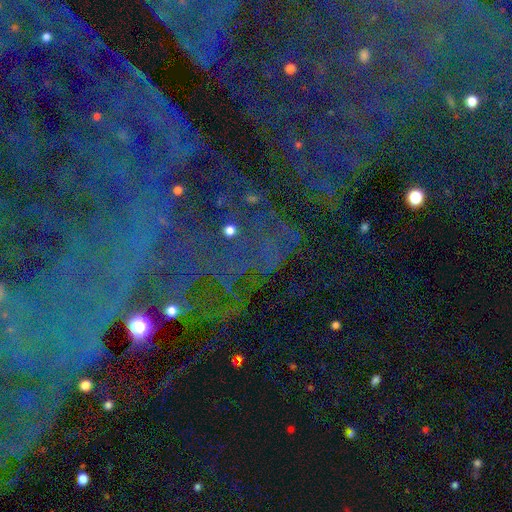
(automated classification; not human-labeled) This is clearly a star or artifact rather than a galaxy (83%).